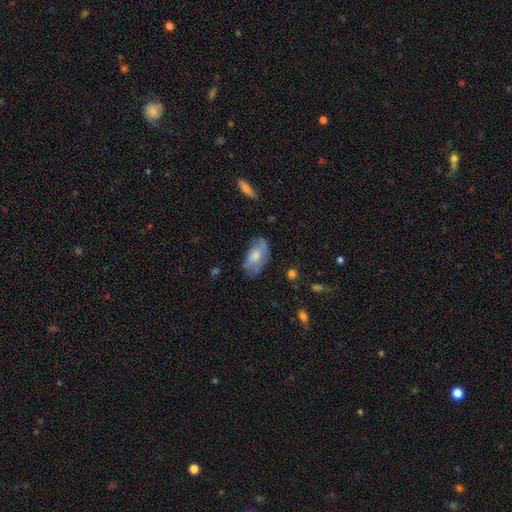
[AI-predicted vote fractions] This is likely a smooth galaxy (61%). How rounded: clearly in between (93%). Merging: possibly none (57%).